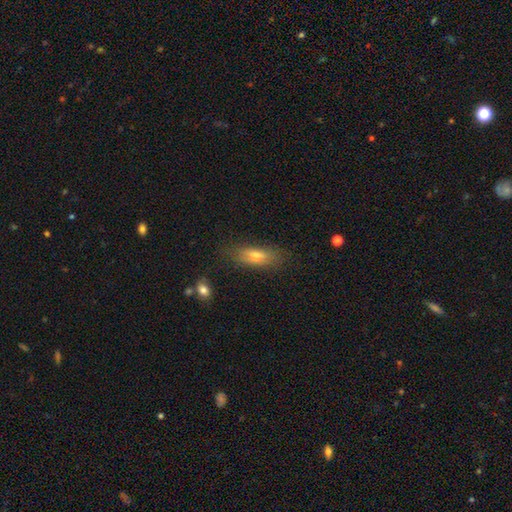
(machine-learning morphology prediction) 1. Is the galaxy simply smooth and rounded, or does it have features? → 64% smooth, 27% featured or disk, 10% star or artifact.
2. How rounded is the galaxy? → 55% in between, 41% cigar-shaped, 4% round.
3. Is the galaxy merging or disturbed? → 78% none, 15% minor disturbance, 5% major disturbance, 2% merger.